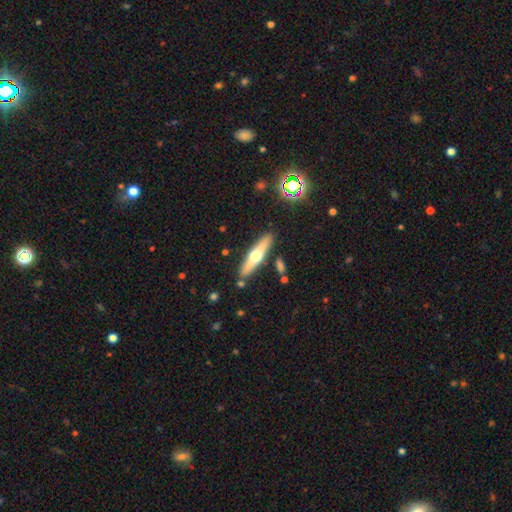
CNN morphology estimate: Smooth or featured? featured or disk (52%)
Edge-on disk? yes (91%)
Merging? none (85%)